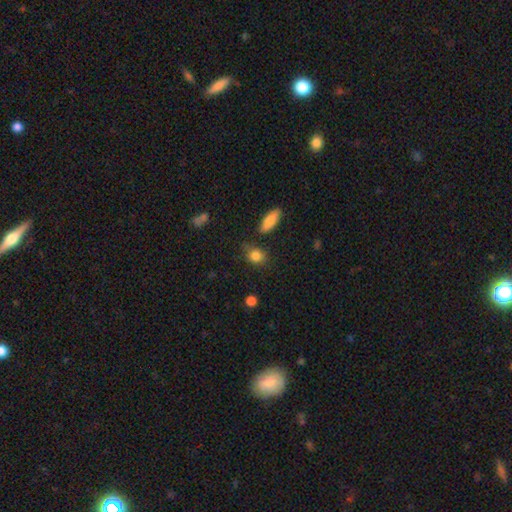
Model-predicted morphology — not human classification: smooth 84%, star or artifact 10%, featured or disk 6%. Down the decision tree: how rounded — round (57%); merging — none (72%).